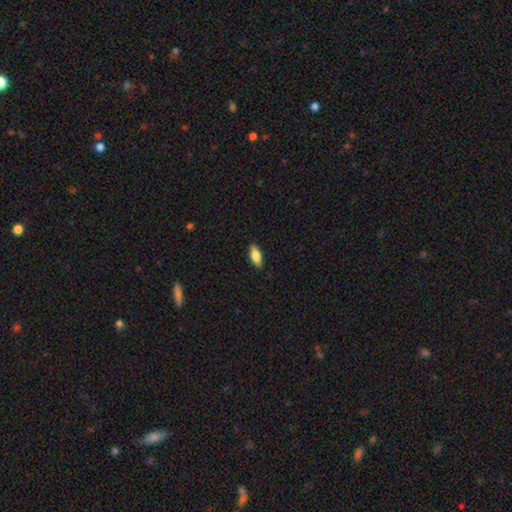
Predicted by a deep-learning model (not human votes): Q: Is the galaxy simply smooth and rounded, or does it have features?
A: smooth — 79%.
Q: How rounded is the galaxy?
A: in between — 82%.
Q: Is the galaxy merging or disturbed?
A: none — 89%.